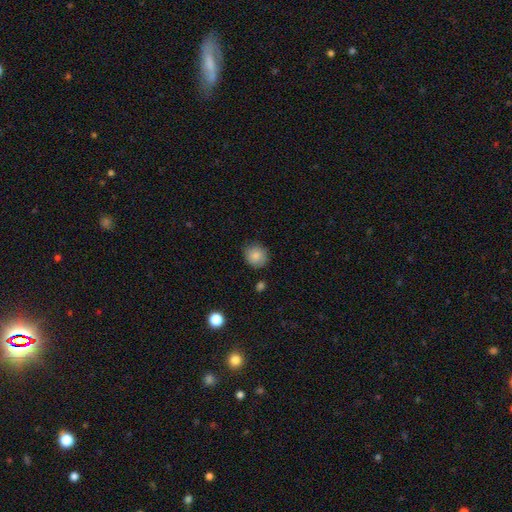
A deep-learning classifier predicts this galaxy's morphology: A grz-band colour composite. It shows a smooth galaxy with no disk features (85%) that is round (88%). Merging: none (83%).